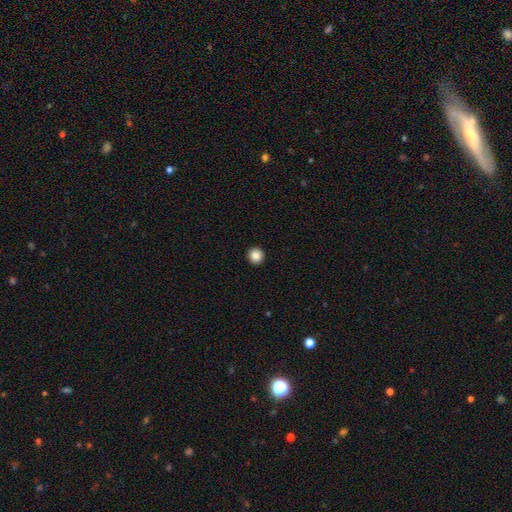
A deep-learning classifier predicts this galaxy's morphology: Smooth or featured? Predicted: smooth (p=0.86). How rounded? Predicted: round (p=0.95). Merging? Predicted: none (p=0.94).